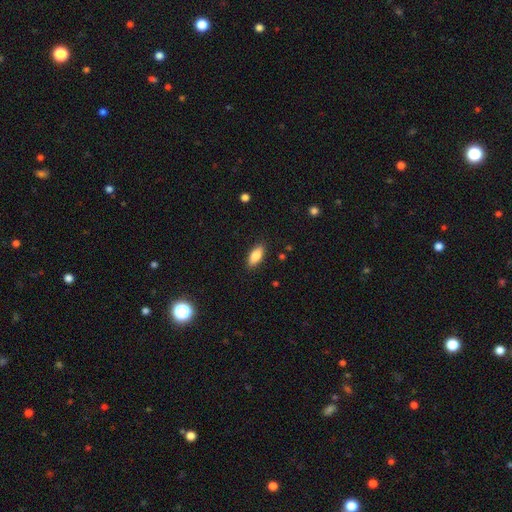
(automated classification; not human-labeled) The model was most divided on "how rounded": in between: 83%, cigar-shaped: 14%, round: 2%. More confident: merging — none (88%); smooth or featured — smooth (83%).